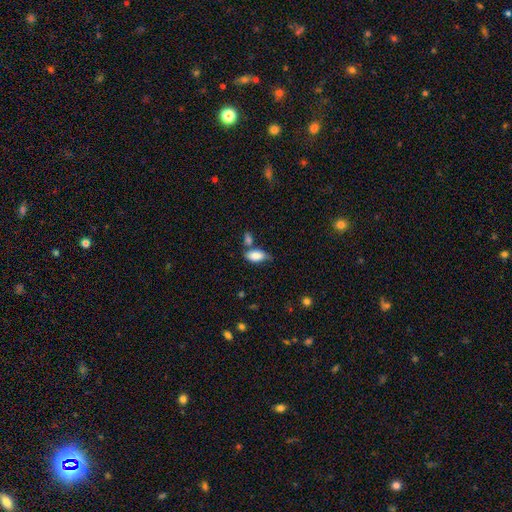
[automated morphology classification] The model was most divided on "merging": none: 52%, merger: 22%, minor disturbance: 21%, major disturbance: 6%. More confident: how rounded — in between (92%); smooth or featured — smooth (84%).